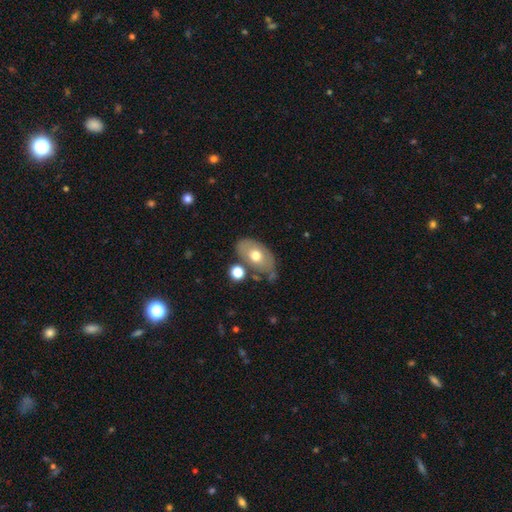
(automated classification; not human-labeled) Smooth or featured?
  - smooth: 62% *
  - featured or disk: 31%
  - star or artifact: 8%
How rounded?
  - in between: 88% *
  - round: 10%
  - cigar-shaped: 2%
Merging?
  - none: 57% *
  - minor disturbance: 23%
  - merger: 12%
  - major disturbance: 8%